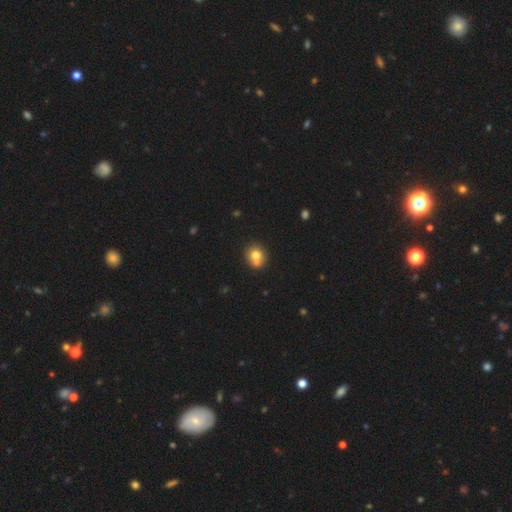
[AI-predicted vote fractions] smooth_or_featured: smooth (p=0.74) [alt: featured or disk p=0.16]
how_rounded: round (p=0.78) [alt: in between p=0.22]
merging: none (p=0.53) [alt: merger p=0.33]